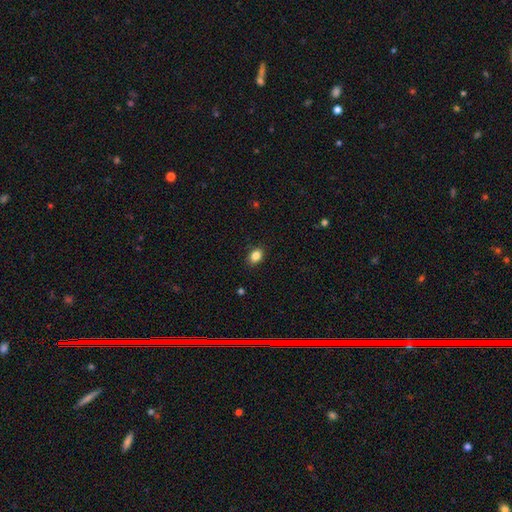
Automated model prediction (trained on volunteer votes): Smooth or featured?
  - smooth: 85% *
  - star or artifact: 9%
  - featured or disk: 5%
How rounded?
  - in between: 75% *
  - round: 24%
  - cigar-shaped: 1%
Merging?
  - none: 88% *
  - minor disturbance: 9%
  - major disturbance: 2%
  - merger: 1%